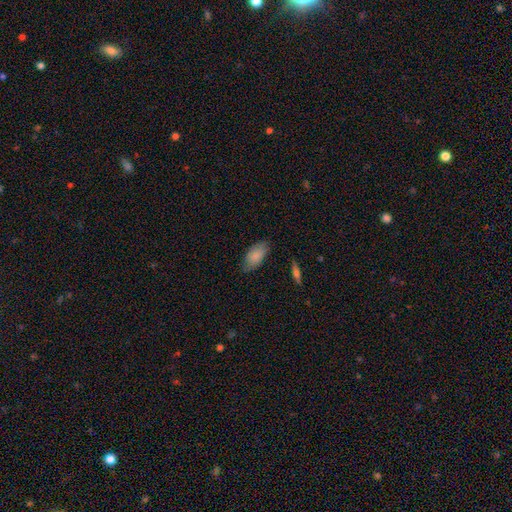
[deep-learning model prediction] Smooth or featured: smooth — 83% (featured or disk — 11%)
How rounded: in between — 93% (cigar-shaped — 5%)
Merging: none — 76% (minor disturbance — 19%)